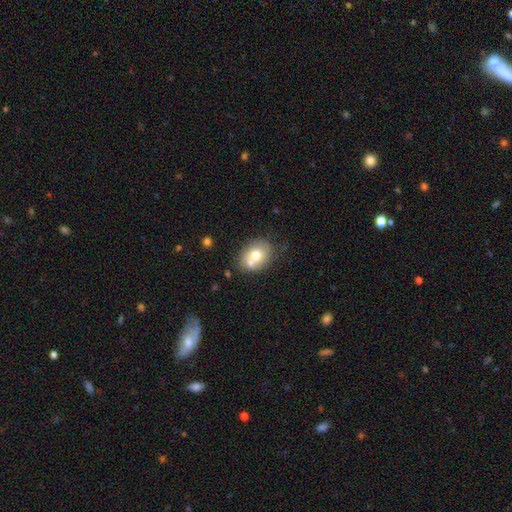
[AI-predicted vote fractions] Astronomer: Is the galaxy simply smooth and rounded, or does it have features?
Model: smooth — 68%.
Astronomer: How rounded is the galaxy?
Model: in between — 58% (runner-up: round, 41%).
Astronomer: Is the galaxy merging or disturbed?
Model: none — 53%.